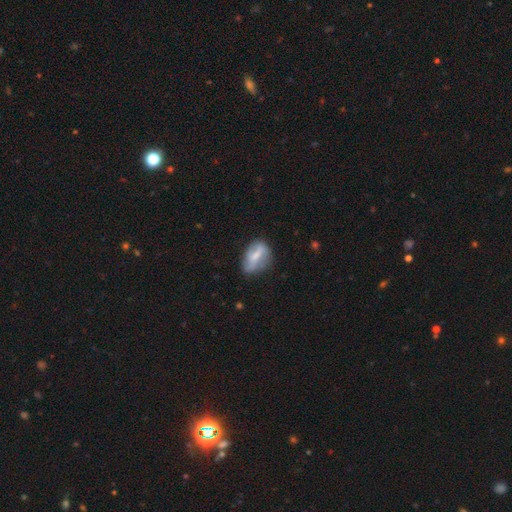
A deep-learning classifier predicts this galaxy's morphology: This appears to be a smooth galaxy with no disk features (48%). Merging: none (53%).